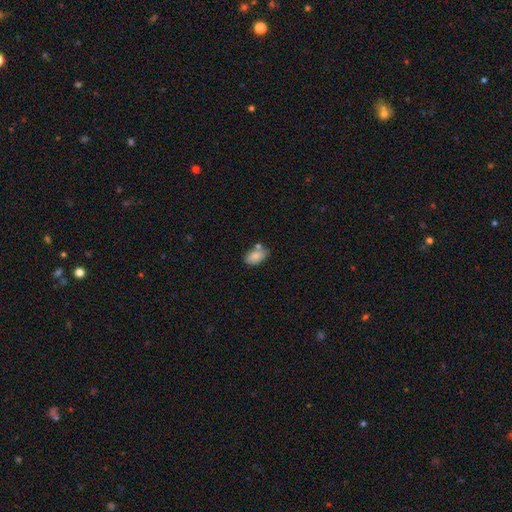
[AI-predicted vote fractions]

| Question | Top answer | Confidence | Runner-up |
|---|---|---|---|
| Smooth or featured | smooth | 82% | featured or disk (10%) |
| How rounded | in between | 92% | round (6%) |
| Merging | none | 62% | minor disturbance (19%) |